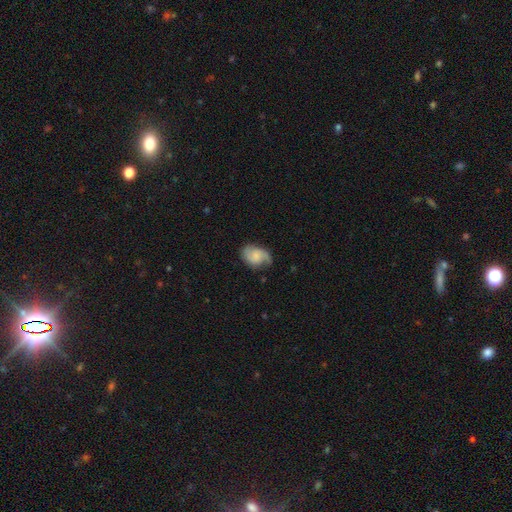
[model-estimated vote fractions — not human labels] Overall: featured or disk (56%; smooth 37%). Edge-on disk: no (97%). Bar: no (58%; weak 36%). Spiral arms: yes (92%). Spiral arm count: 2 (78%). Spiral winding: medium (45%; loose 32%). Bulge size: none (35%; small 31%). Merging: none (66%).